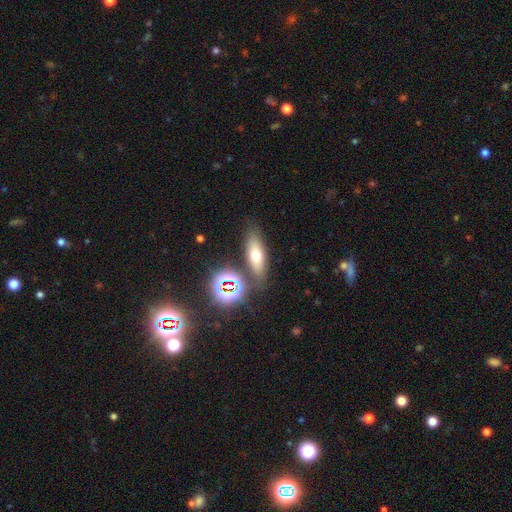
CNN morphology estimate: smooth-or-featured: smooth: 57% | featured or disk: 24% | star or artifact: 19%
  how-rounded: in between: 55% | cigar-shaped: 36% | round: 9%
  merging: none: 77% | minor disturbance: 11% | merger: 8% | major disturbance: 4%